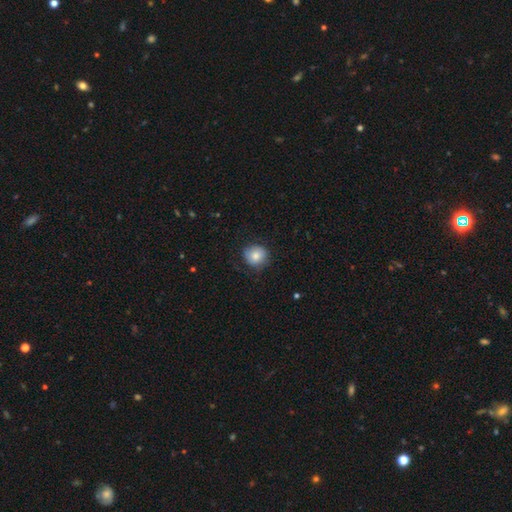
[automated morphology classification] The model was most divided on "merging": none: 74%, minor disturbance: 19%, major disturbance: 6%, merger: 1%. More confident: how rounded — round (85%); smooth or featured — smooth (79%).